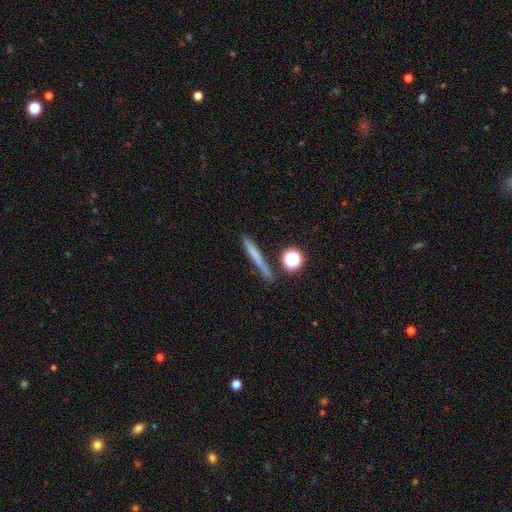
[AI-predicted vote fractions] smooth_or_featured: smooth (p=0.61) [alt: featured or disk p=0.28]
how_rounded: cigar-shaped (p=0.87) [alt: round p=0.07]
merging: none (p=0.80) [alt: minor disturbance p=0.11]